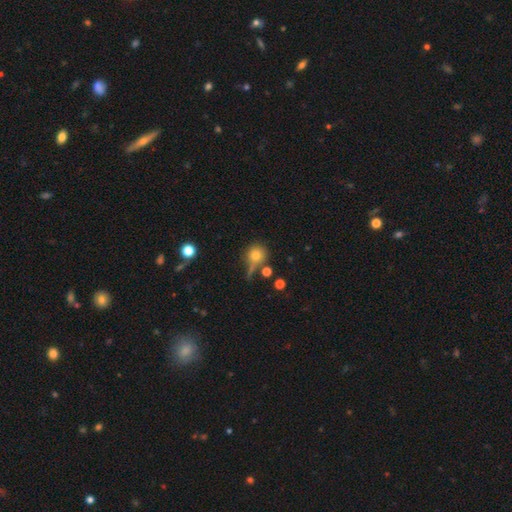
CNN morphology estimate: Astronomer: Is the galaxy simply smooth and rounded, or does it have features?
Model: smooth — 75%.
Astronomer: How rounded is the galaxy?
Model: round — 88%.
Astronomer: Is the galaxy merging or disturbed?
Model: none — 54%.